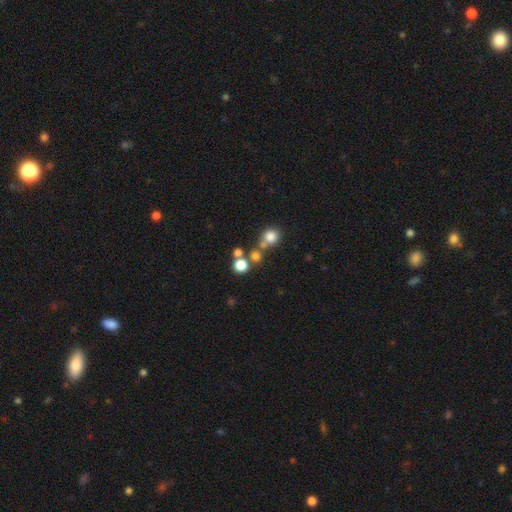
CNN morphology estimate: A smooth galaxy with no disk features (70%) that is round (89%).

Vote fractions:
- Smooth or featured? smooth: 70% / star or artifact: 20% / featured or disk: 10%
- How rounded? round: 89% / in between: 10% / cigar-shaped: 1%
- Merging? none: 58% / merger: 30% / minor disturbance: 7% / major disturbance: 5%